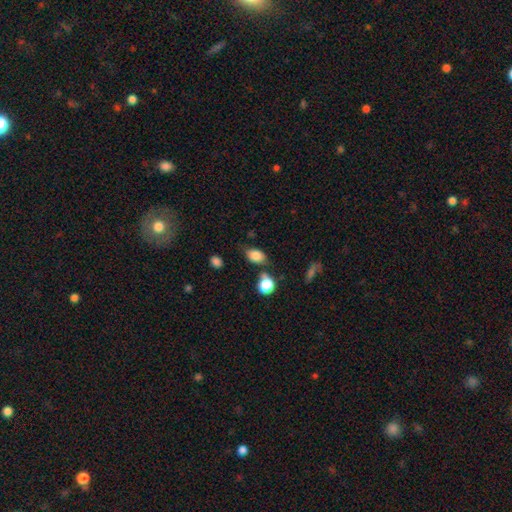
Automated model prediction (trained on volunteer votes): smooth-or-featured: smooth: 82% | star or artifact: 9% | featured or disk: 8%
  how-rounded: in between: 81% | round: 17% | cigar-shaped: 2%
  merging: none: 60% | minor disturbance: 23% | merger: 10% | major disturbance: 7%